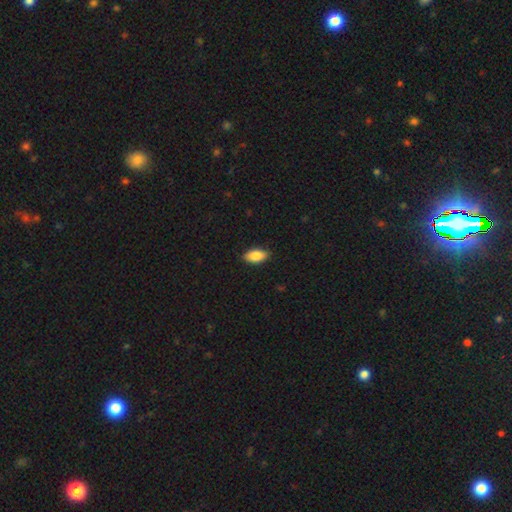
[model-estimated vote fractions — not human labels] This appears to be a smooth galaxy with no disk features (86%) that is in between round and cigar-shaped (92%). Merging: none (88%).